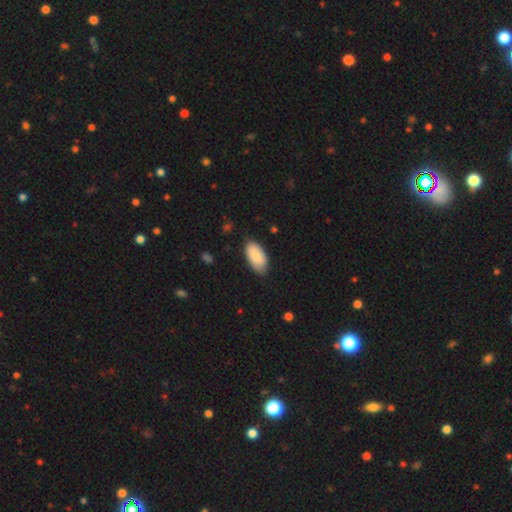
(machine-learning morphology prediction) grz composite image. It shows a smooth galaxy with no disk features (84%) that is in between round and cigar-shaped (95%). Merging: none (78%).